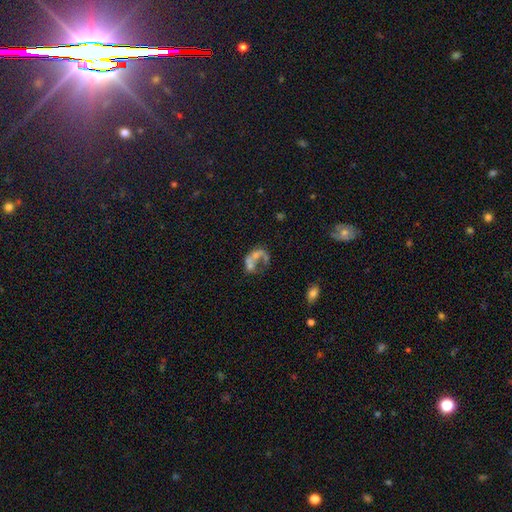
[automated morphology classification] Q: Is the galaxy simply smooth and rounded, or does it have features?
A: featured or disk — 54%.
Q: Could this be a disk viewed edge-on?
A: no — 97%.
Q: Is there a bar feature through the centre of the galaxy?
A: no — 87%.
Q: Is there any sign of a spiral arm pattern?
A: no — 73%.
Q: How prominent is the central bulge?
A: none — 57%.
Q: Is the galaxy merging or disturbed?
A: merger — 36%.